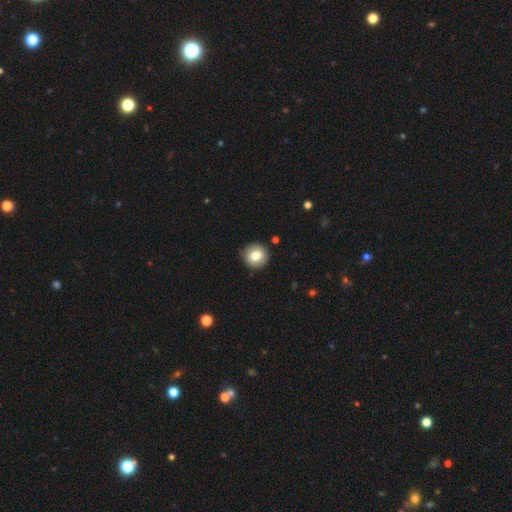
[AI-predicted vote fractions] smooth-or-featured: smooth: 77% | featured or disk: 14% | star or artifact: 8%
  how-rounded: round: 89% | in between: 10% | cigar-shaped: 1%
  merging: none: 87% | minor disturbance: 9% | major disturbance: 2% | merger: 1%